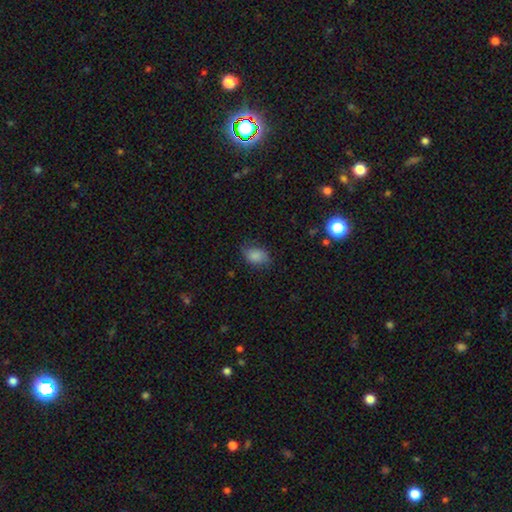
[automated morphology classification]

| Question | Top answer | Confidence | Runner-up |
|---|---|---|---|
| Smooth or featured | smooth | 83% | star or artifact (9%) |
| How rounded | in between | 84% | round (15%) |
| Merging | none | 70% | minor disturbance (23%) |